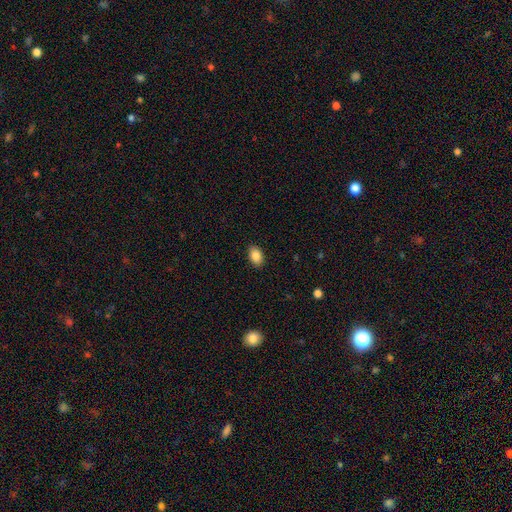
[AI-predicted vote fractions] The model was most divided on "how rounded": in between: 87%, round: 12%, cigar-shaped: 1%. More confident: merging — none (89%); smooth or featured — smooth (87%).